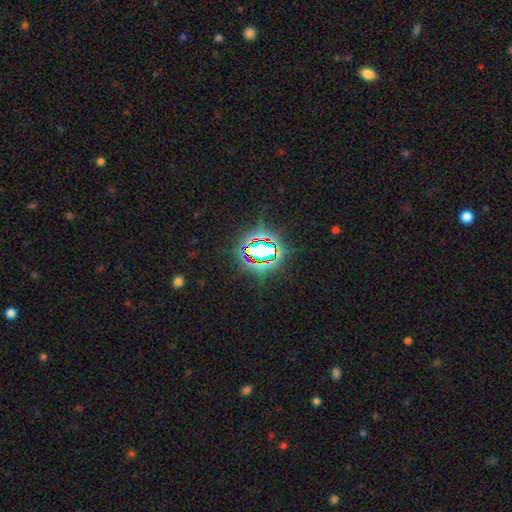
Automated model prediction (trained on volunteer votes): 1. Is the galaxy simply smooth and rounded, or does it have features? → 73% star or artifact, 16% smooth, 11% featured or disk.